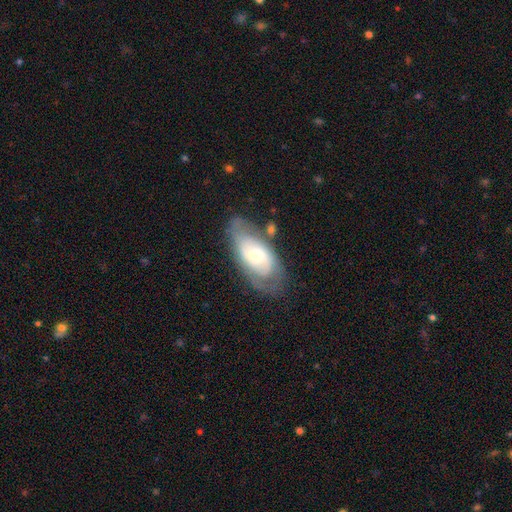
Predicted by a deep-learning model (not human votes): The model was most divided on "bulge size": moderate: 48%, small: 45%, large: 5%, dominant: 1%, none: 1%. More confident: edge-on disk — no (90%); bar — no (73%); merging — none (64%); smooth or featured — featured or disk (60%); spiral arms — yes (59%).